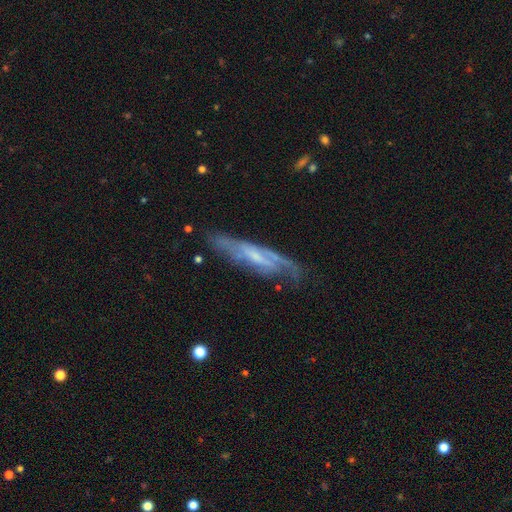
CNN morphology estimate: featured or disk 71%, smooth 22%, star or artifact 7%. Down the decision tree: edge-on disk — no (54%); merging — none (62%).